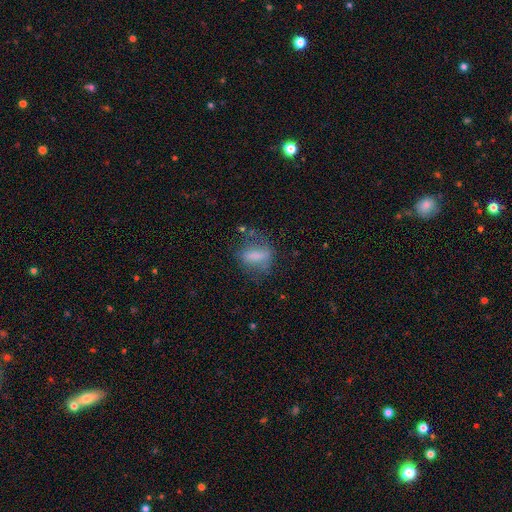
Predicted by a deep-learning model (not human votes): This is possibly a smooth galaxy (59%). How rounded: possibly in between (60%). Merging: possibly none (56%).